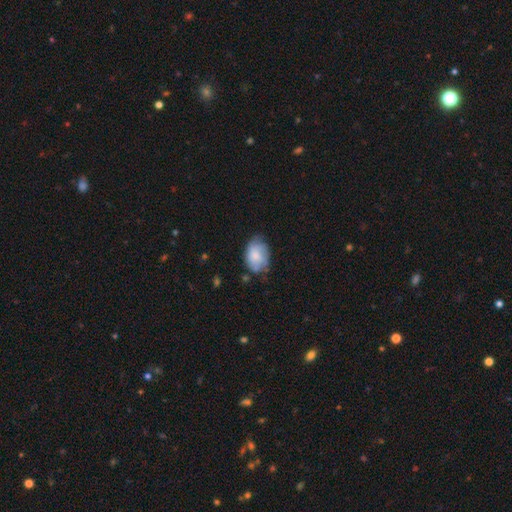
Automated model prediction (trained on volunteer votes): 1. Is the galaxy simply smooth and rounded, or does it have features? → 74% smooth, 19% featured or disk, 7% star or artifact.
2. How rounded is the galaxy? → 81% in between, 18% round, 1% cigar-shaped.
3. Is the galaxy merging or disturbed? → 57% none, 32% minor disturbance, 8% major disturbance, 2% merger.